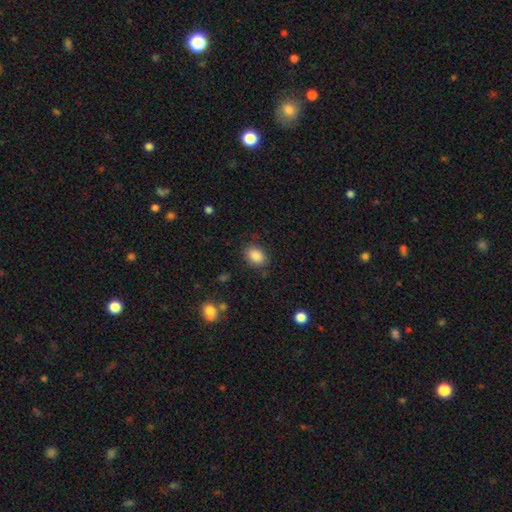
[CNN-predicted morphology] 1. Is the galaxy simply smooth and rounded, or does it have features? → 87% smooth, 8% star or artifact, 5% featured or disk.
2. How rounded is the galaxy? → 77% in between, 21% round, 1% cigar-shaped.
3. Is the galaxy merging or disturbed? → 83% none, 12% minor disturbance, 4% major disturbance, 1% merger.